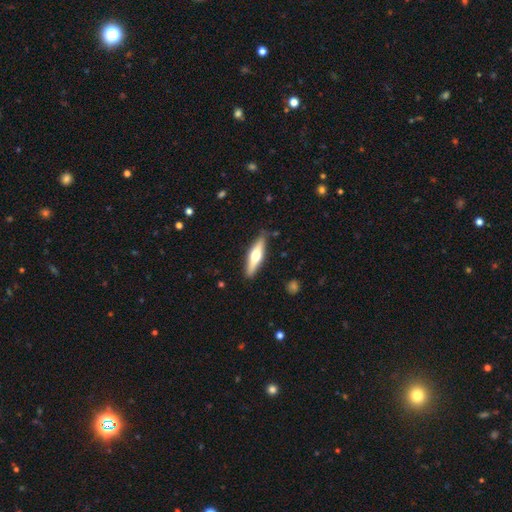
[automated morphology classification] type=featured or disk (51%); edge-on=yes (93%); merging=none (87%).